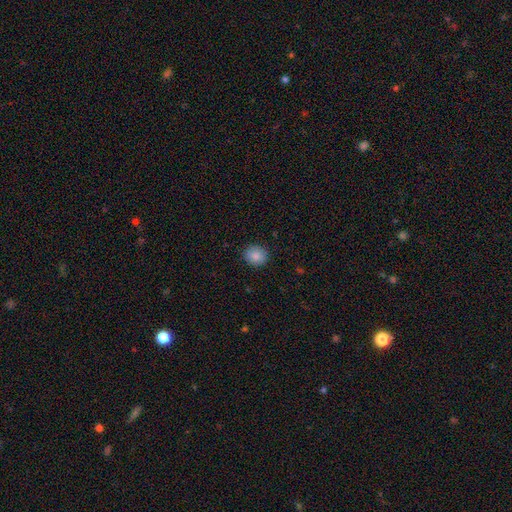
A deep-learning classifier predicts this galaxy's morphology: Smooth or featured? Predicted: smooth (p=0.86). How rounded? Predicted: round (p=0.80). Merging? Predicted: none (p=0.89).